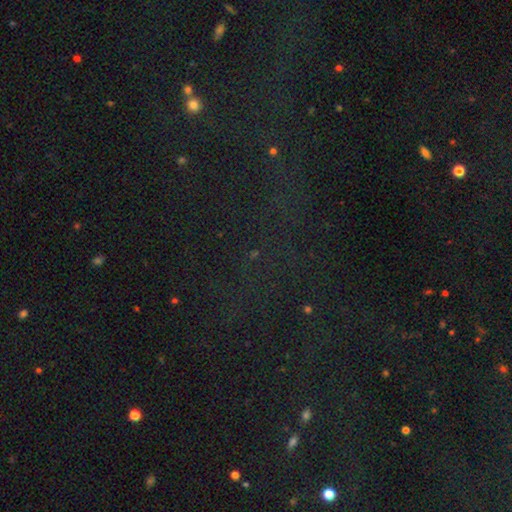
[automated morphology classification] A star or artifact, not a galaxy (75%).

Vote fractions:
- Smooth or featured? star or artifact: 75% / smooth: 15% / featured or disk: 10%